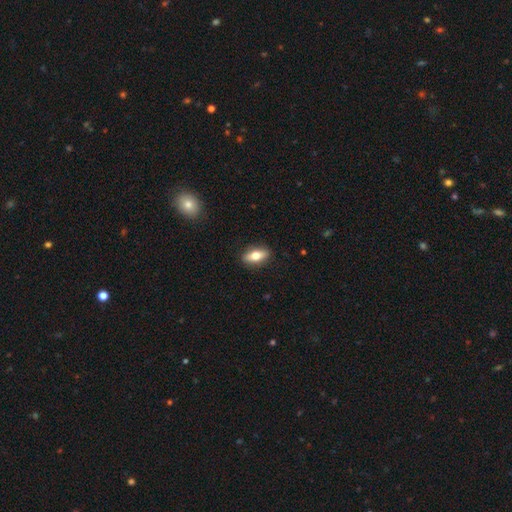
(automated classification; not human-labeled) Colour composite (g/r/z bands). It shows a smooth galaxy with no disk features (64%) that is in between round and cigar-shaped (78%). Merging: none (89%).